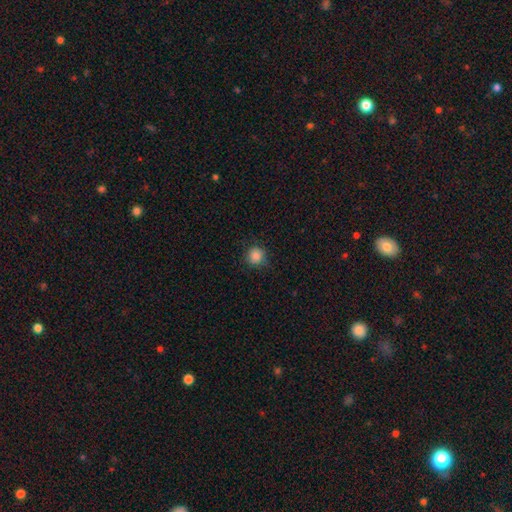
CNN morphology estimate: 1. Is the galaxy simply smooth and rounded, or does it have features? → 85% smooth, 11% star or artifact, 4% featured or disk.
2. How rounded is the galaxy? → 92% round, 7% in between, 1% cigar-shaped.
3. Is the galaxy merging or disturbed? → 79% none, 16% minor disturbance, 4% major disturbance, 1% merger.